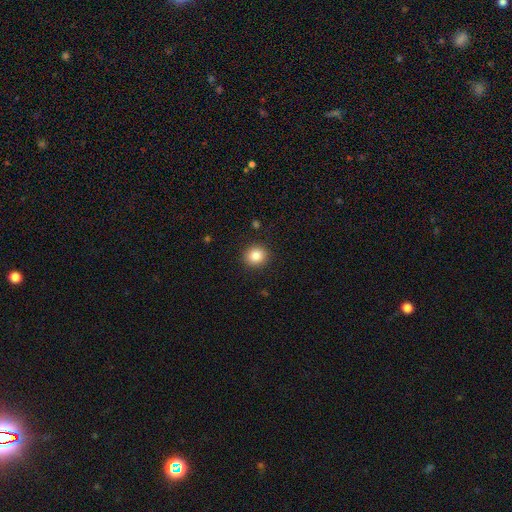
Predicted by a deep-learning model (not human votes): Overall: smooth (85%). How rounded: round (85%). Merging: none (90%).